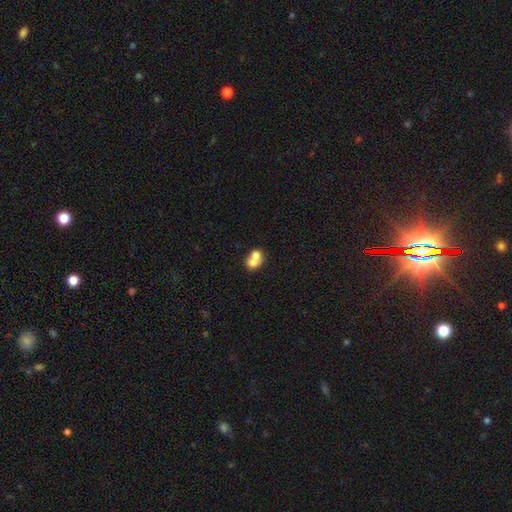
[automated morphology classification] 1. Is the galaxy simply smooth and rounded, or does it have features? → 68% smooth, 23% featured or disk, 9% star or artifact.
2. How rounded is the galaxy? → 63% round, 36% in between, 1% cigar-shaped.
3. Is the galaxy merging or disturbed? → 71% merger, 21% none, 5% minor disturbance, 3% major disturbance.